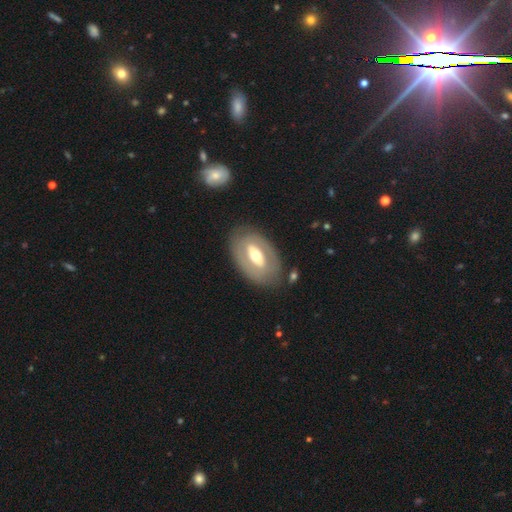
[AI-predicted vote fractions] smooth-or-featured: featured or disk: 61% | smooth: 34% | star or artifact: 5%
  disk-edge-on: no: 90% | yes: 10%
    bar: no: 37% | strong: 34% | weak: 29%
    has-spiral-arms: no: 77% | yes: 23%
    bulge-size: moderate: 65% | large: 18% | small: 14% | dominant: 2% | none: 1%
  merging: none: 79% | minor disturbance: 13% | major disturbance: 6% | merger: 2%